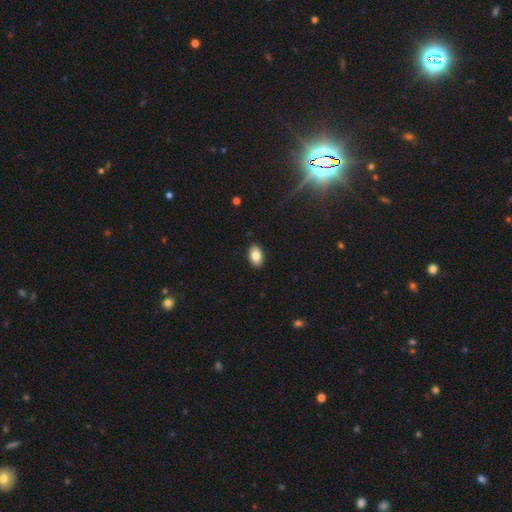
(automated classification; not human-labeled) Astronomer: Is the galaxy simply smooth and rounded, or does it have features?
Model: smooth — 82%.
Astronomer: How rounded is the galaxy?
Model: in between — 91%.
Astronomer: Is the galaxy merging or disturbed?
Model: none — 89%.